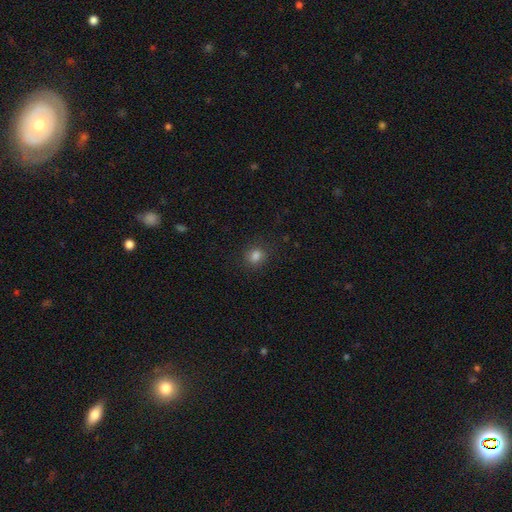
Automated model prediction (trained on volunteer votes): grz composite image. It shows a smooth galaxy with no disk features (82%) that is round (75%). Merging: none (84%).